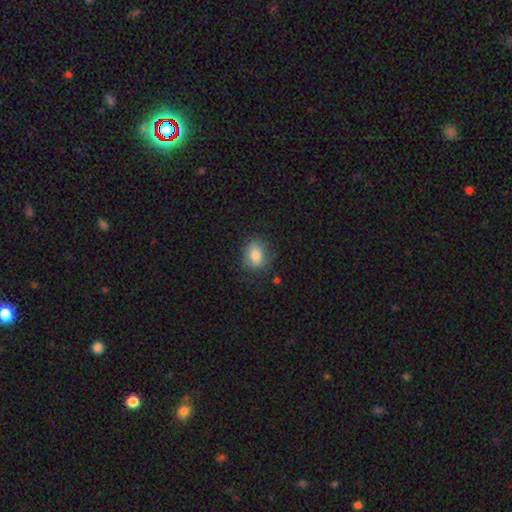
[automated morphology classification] smooth_or_featured: smooth (p=0.82) [alt: featured or disk p=0.10]
how_rounded: in between (p=0.63) [alt: round p=0.36]
merging: none (p=0.73) [alt: minor disturbance p=0.19]